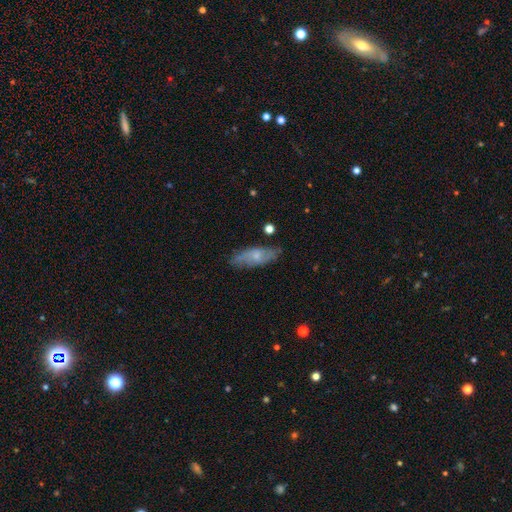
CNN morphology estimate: Smooth or featured? Predicted: smooth (p=0.48). Merging? Predicted: none (p=0.74).